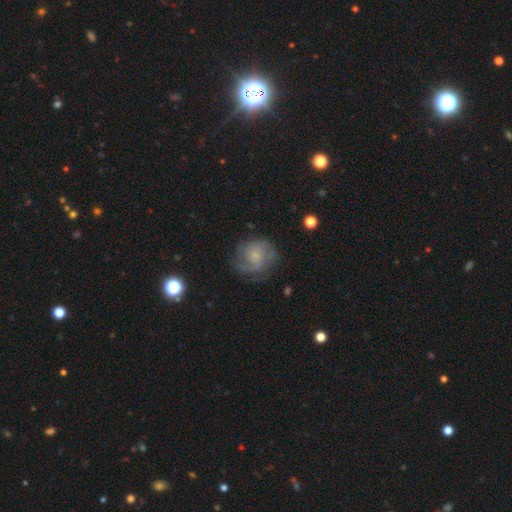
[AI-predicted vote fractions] smooth_or_featured: featured or disk (p=0.65) [alt: smooth p=0.28]
disk_edge_on: no (p=0.98) [alt: yes p=0.02]
bar: no (p=0.73) [alt: weak p=0.24]
has_spiral_arms: yes (p=0.88) [alt: no p=0.12]
spiral_winding: medium (p=0.41) [alt: tight p=0.40]
spiral_arm_count: can't tell (p=0.32) [tied with: 2 p=0.32]
bulge_size: small (p=0.68) [alt: moderate p=0.16]
merging: none (p=0.63) [alt: minor disturbance p=0.21]